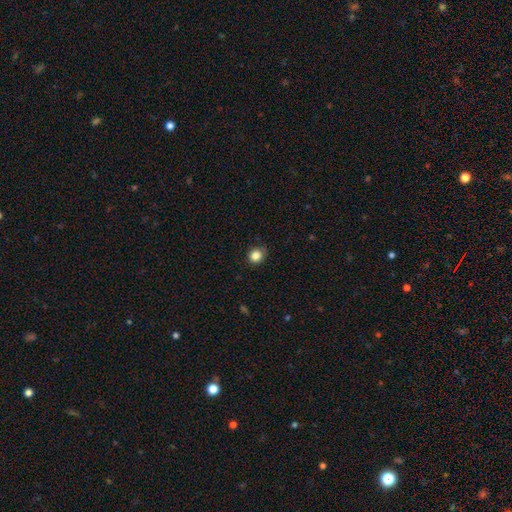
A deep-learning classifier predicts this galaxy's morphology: Smooth or featured?
  - smooth: 85% *
  - star or artifact: 10%
  - featured or disk: 4%
How rounded?
  - round: 78% *
  - in between: 21%
  - cigar-shaped: 1%
Merging?
  - none: 82% *
  - minor disturbance: 15%
  - major disturbance: 3%
  - merger: 1%